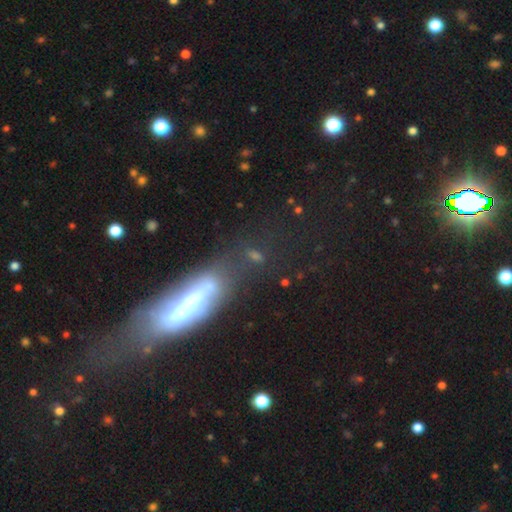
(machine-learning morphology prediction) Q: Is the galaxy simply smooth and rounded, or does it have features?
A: smooth — 41%.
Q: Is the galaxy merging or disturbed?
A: none — 45%.